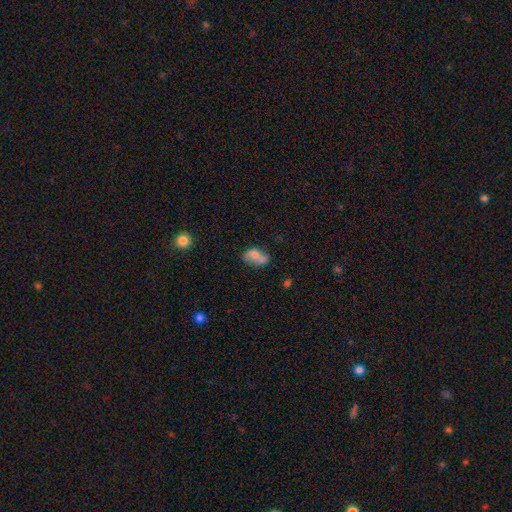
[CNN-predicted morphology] Smooth or featured?
  - smooth: 64% *
  - featured or disk: 27%
  - star or artifact: 9%
How rounded?
  - in between: 83% *
  - round: 14%
  - cigar-shaped: 3%
Merging?
  - none: 39% *
  - merger: 31%
  - minor disturbance: 21%
  - major disturbance: 9%